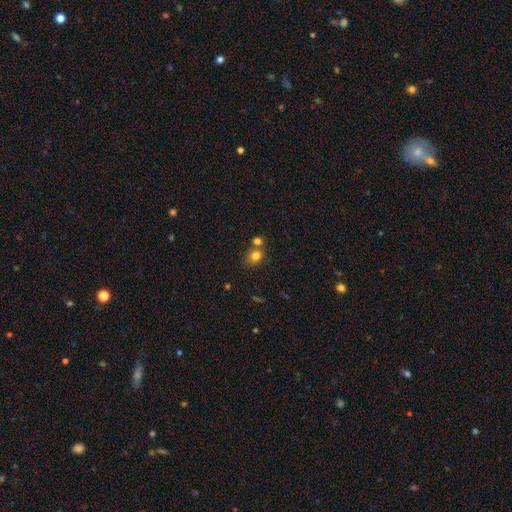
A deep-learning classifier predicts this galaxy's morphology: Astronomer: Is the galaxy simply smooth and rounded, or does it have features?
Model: smooth — 80%.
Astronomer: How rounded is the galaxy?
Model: round — 63%.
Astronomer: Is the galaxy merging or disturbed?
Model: none — 58%.